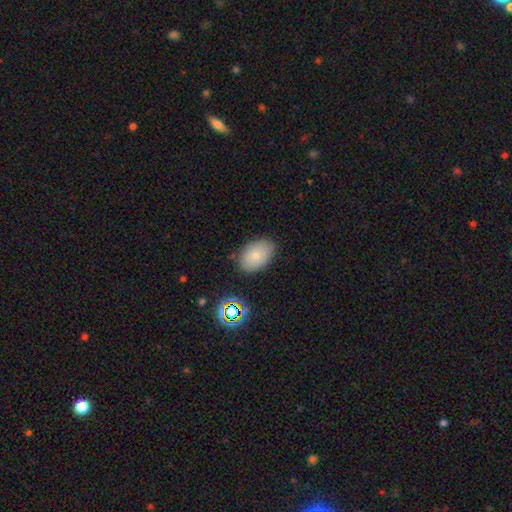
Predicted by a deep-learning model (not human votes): Q: Smooth or featured?
A: smooth (78%); runner-up: featured or disk (12%)
Q: How rounded?
A: in between (88%); runner-up: round (11%)
Q: Merging?
A: none (80%); runner-up: minor disturbance (14%)